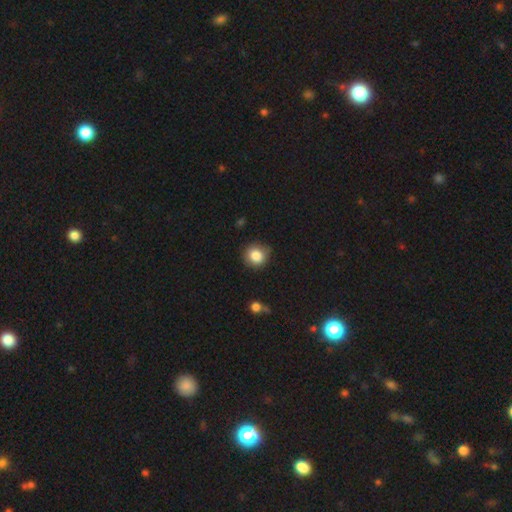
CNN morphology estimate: This appears to be a smooth galaxy with no disk features (83%) that is round (89%). Merging: none (81%).